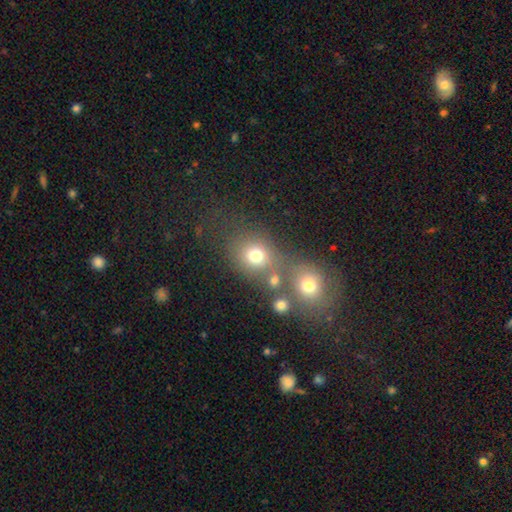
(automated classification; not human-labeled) Smooth or featured?
  - smooth: 73% *
  - star or artifact: 16%
  - featured or disk: 11%
How rounded?
  - round: 74% *
  - in between: 25%
  - cigar-shaped: 1%
Merging?
  - none: 48% *
  - merger: 35%
  - minor disturbance: 10%
  - major disturbance: 7%